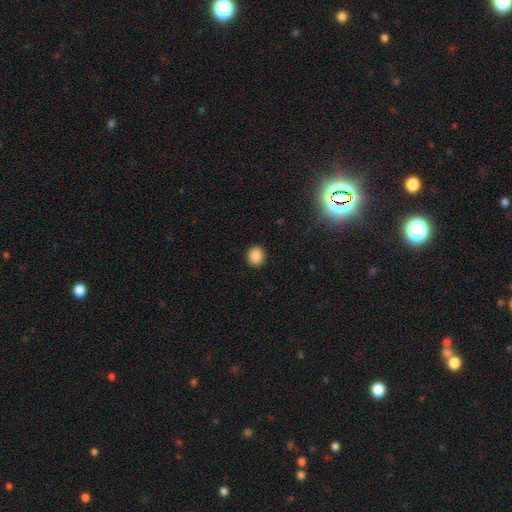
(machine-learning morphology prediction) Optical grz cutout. It shows a smooth galaxy with no disk features (86%) that is round (77%). Merging: none (91%).